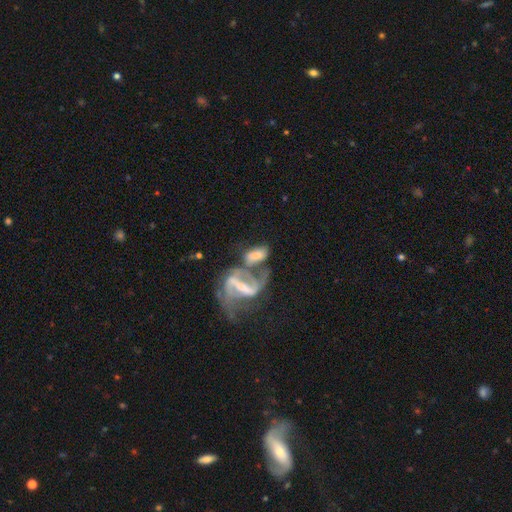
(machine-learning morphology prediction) Q: Smooth or featured?
A: featured or disk (58%); runner-up: smooth (33%)
Q: Edge-on disk?
A: no (93%); runner-up: yes (7%)
Q: Bar?
A: strong (53%); runner-up: weak (29%)
Q: Spiral arms?
A: yes (70%); runner-up: no (30%)
Q: Bulge size?
A: small (35%); runner-up: moderate (27%)
Q: Merging?
A: merger (54%); runner-up: none (21%)